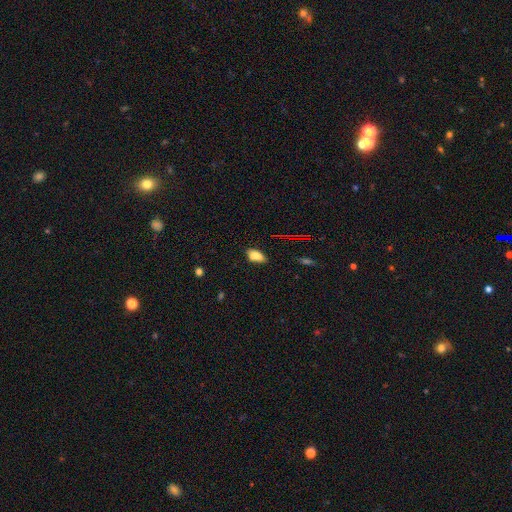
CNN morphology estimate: Smooth or featured? Predicted: smooth (p=0.76). How rounded? Predicted: in between (p=0.87). Merging? Predicted: none (p=0.61).